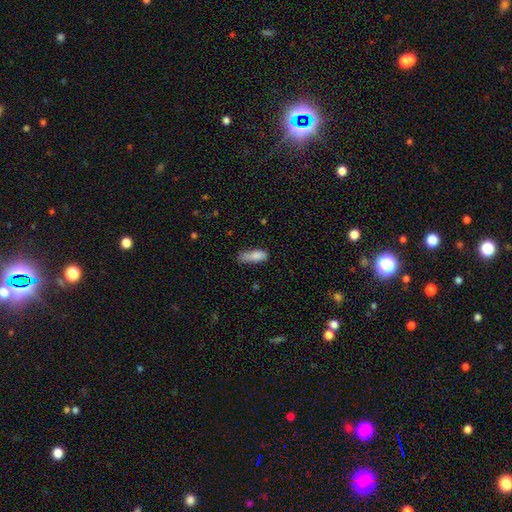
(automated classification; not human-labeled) This is clearly a smooth galaxy (82%). How rounded: likely in between (64%). Merging: possibly none (47%).